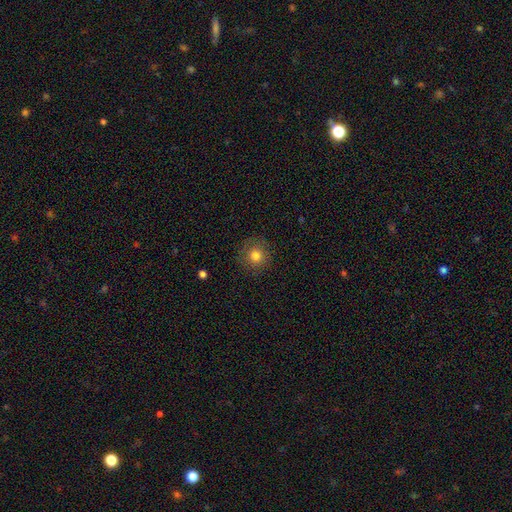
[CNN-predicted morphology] This is clearly a smooth galaxy (80%). How rounded: clearly round (93%). Merging: clearly none (88%).